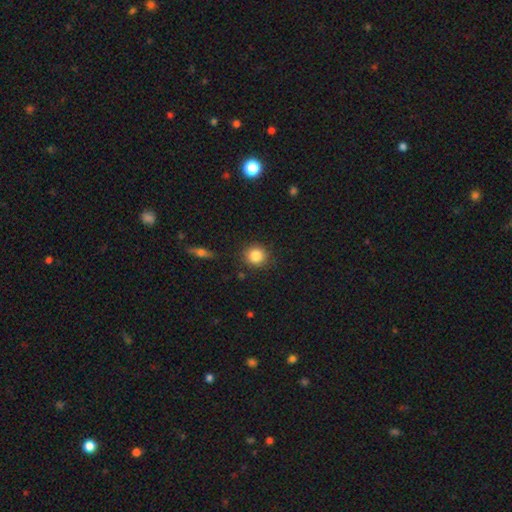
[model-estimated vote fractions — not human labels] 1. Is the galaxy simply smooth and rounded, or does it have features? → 84% smooth, 10% star or artifact, 6% featured or disk.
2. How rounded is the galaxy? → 89% round, 10% in between, 1% cigar-shaped.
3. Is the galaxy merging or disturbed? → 87% none, 8% minor disturbance, 2% major disturbance, 2% merger.